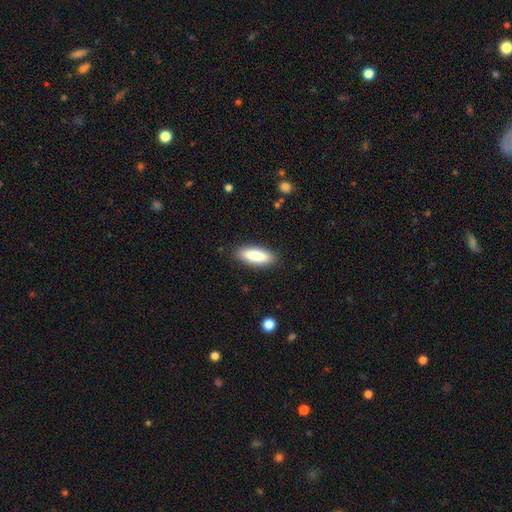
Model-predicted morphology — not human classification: The model was most divided on "how rounded": in between: 62%, cigar-shaped: 36%, round: 2%. More confident: merging — none (88%); smooth or featured — smooth (87%).